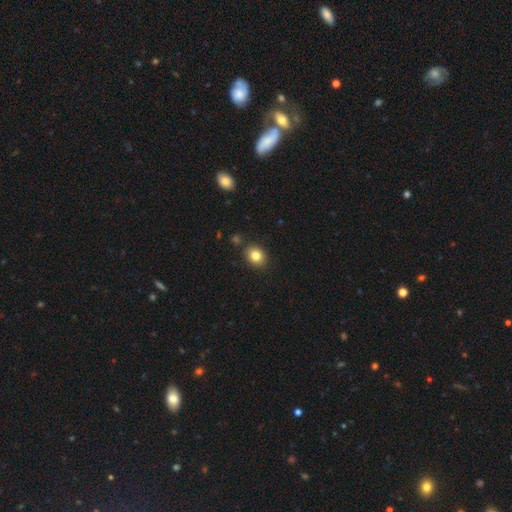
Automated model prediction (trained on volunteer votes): Smooth or featured? Predicted: smooth (p=0.83). How rounded? Predicted: round (p=0.63). Merging? Predicted: none (p=0.86).